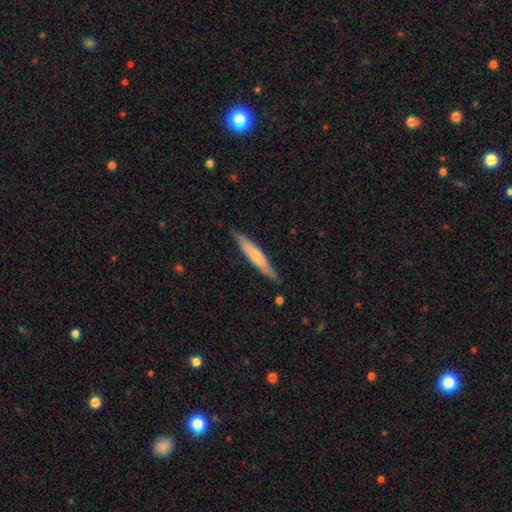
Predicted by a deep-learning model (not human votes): Smooth or featured? Predicted: smooth (p=0.55). How rounded? Predicted: cigar-shaped (p=0.91). Merging? Predicted: none (p=0.84).